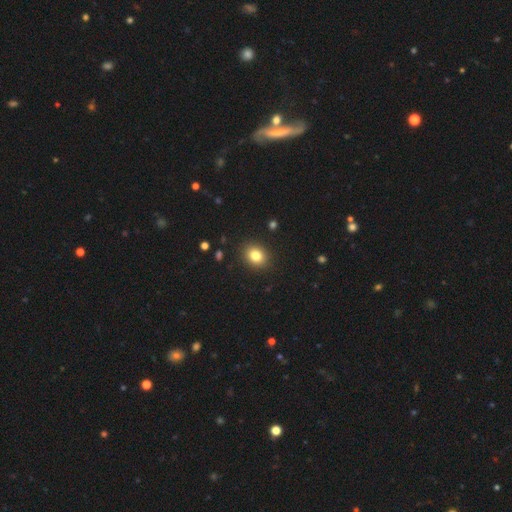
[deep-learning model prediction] This is clearly a smooth galaxy (82%). How rounded: possibly round (54%). Merging: clearly none (89%).